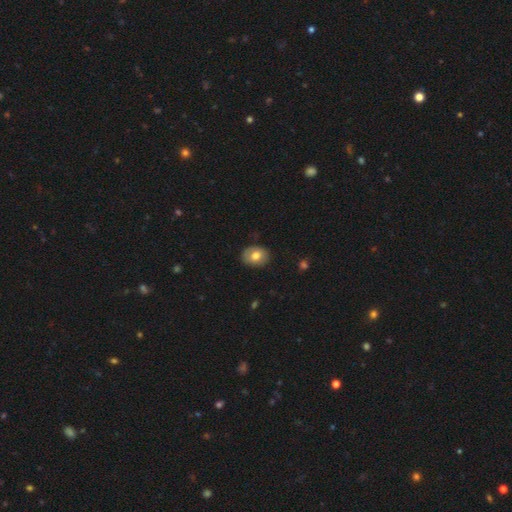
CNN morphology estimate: Smooth or featured?
  - smooth: 74% *
  - featured or disk: 18%
  - star or artifact: 8%
How rounded?
  - in between: 52% *
  - round: 47%
  - cigar-shaped: 1%
Merging?
  - none: 84% *
  - minor disturbance: 13%
  - major disturbance: 3%
  - merger: 1%